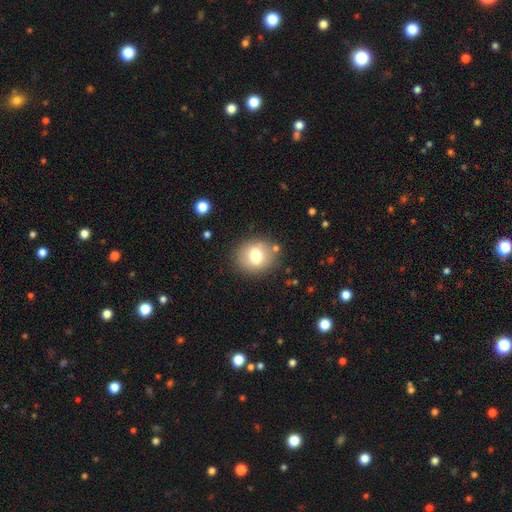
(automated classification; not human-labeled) Q: Smooth or featured?
A: smooth (72%); runner-up: featured or disk (18%)
Q: How rounded?
A: round (72%); runner-up: in between (27%)
Q: Merging?
A: none (83%); runner-up: minor disturbance (10%)